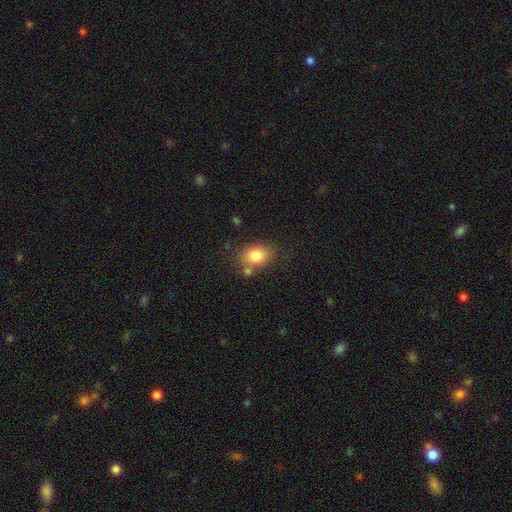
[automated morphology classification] A smooth galaxy with no disk features (81%) that is in between round and cigar-shaped (66%). Merging: none (64%).